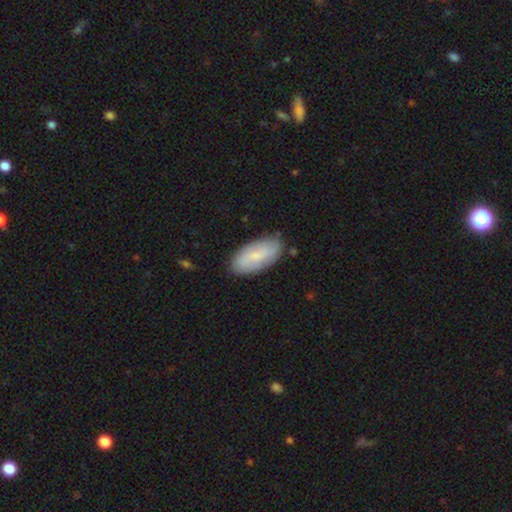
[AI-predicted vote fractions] The model was most divided on "smooth or featured": smooth: 65%, featured or disk: 29%, star or artifact: 6%. More confident: how rounded — in between (90%); merging — none (82%).